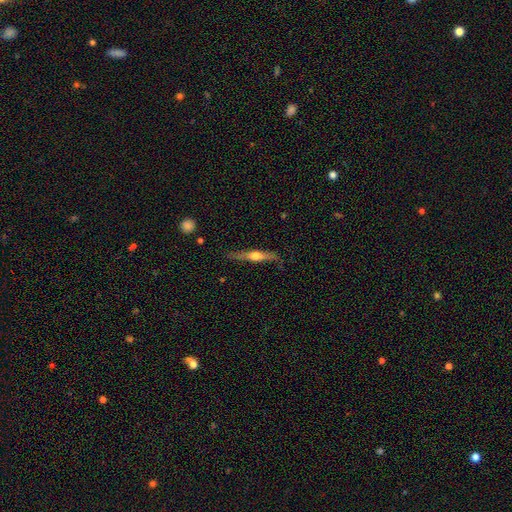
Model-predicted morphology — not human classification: Smooth or featured? Predicted: featured or disk (p=0.65). Edge-on disk? Predicted: yes (p=0.96). Edge-on bulge? Predicted: rounded (p=0.89). Merging? Predicted: none (p=0.79).